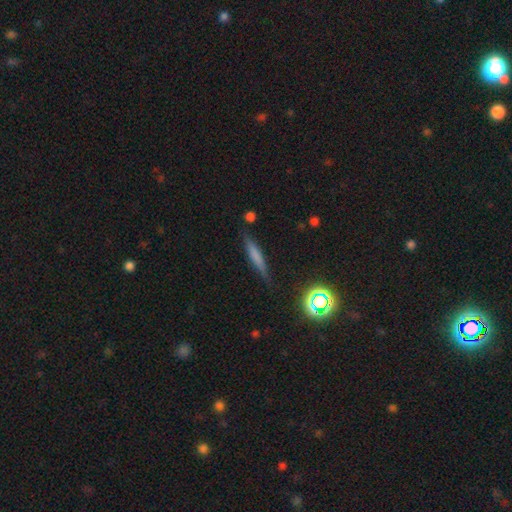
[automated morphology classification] This is possibly a smooth galaxy (59%). How rounded: clearly cigar-shaped (89%). Merging: likely none (80%).